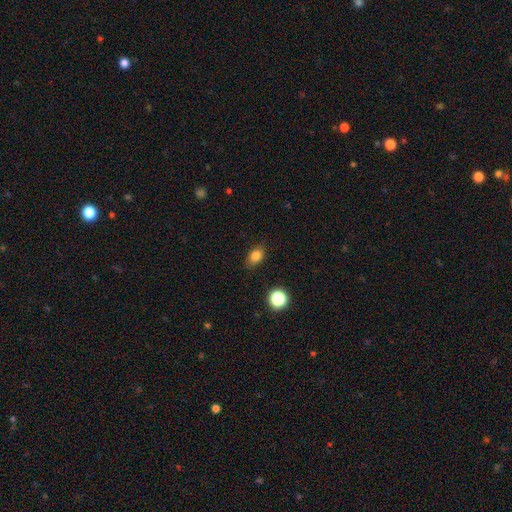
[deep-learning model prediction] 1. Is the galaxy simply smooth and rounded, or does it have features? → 82% smooth, 12% star or artifact, 7% featured or disk.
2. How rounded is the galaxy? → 78% in between, 20% round, 2% cigar-shaped.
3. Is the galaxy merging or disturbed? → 85% none, 11% minor disturbance, 3% major disturbance, 1% merger.